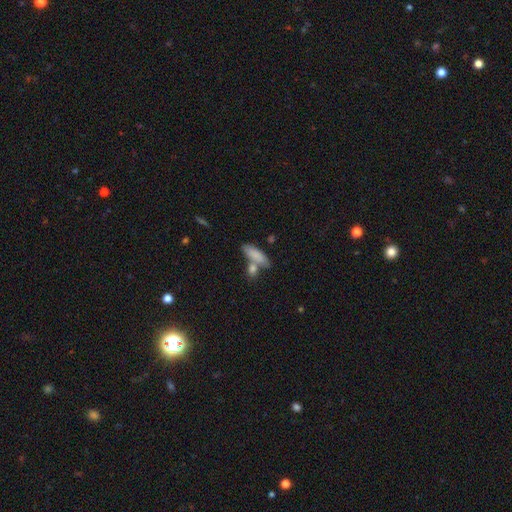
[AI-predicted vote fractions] Smooth or featured: smooth — 82% (featured or disk — 11%)
How rounded: in between — 53% (cigar-shaped — 43%)
Merging: none — 55% (merger — 27%)